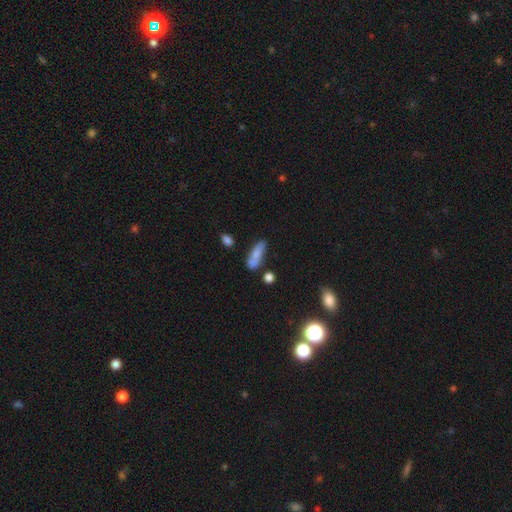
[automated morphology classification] Overall: smooth (73%). How rounded: in between (53%; cigar-shaped 43%). Merging: none (57%; minor disturbance 23%).